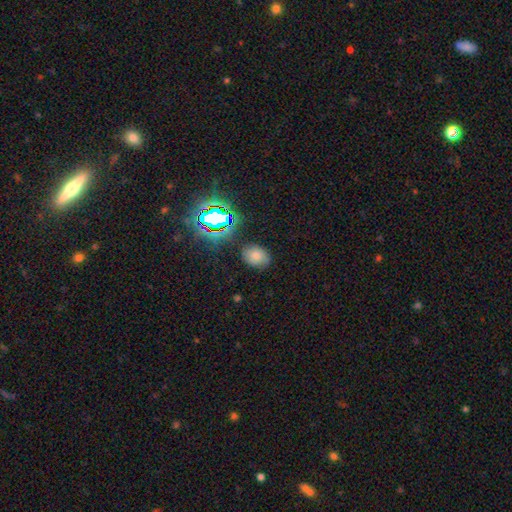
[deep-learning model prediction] smooth-or-featured: smooth: 56% | star or artifact: 32% | featured or disk: 12%
  how-rounded: in between: 64% | round: 34% | cigar-shaped: 1%
  merging: none: 81% | minor disturbance: 13% | major disturbance: 4% | merger: 2%